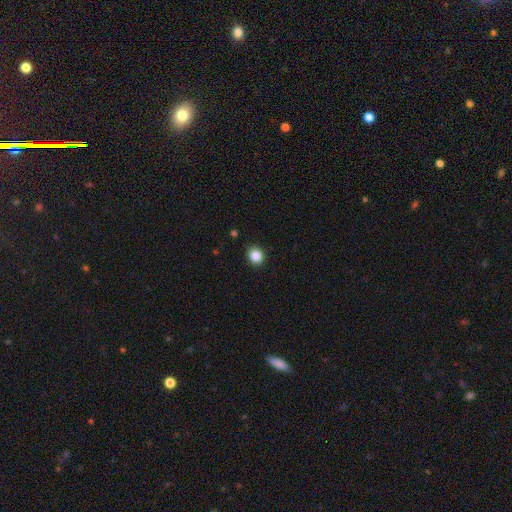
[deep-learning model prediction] Smooth or featured: smooth — 85% (star or artifact — 10%)
How rounded: round — 78% (in between — 21%)
Merging: none — 90% (minor disturbance — 7%)